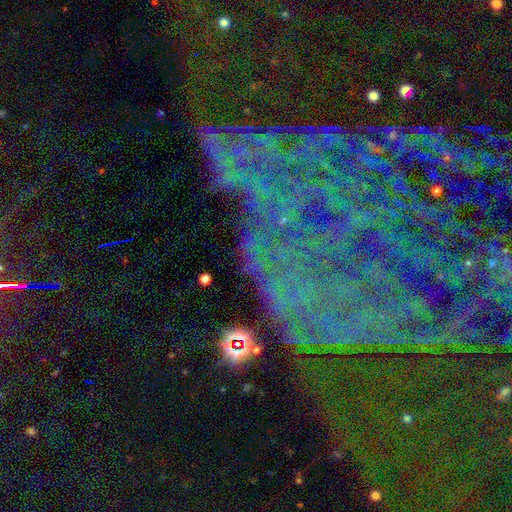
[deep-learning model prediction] Smooth or featured? star or artifact (73%)